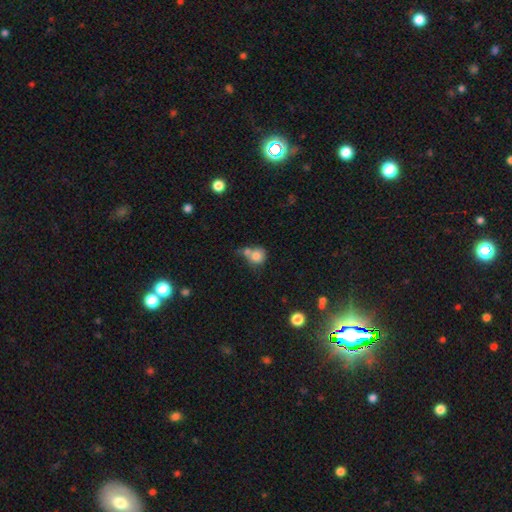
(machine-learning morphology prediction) Overall: smooth (79%). How rounded: round (81%). Merging: merger (44%; none 37%).